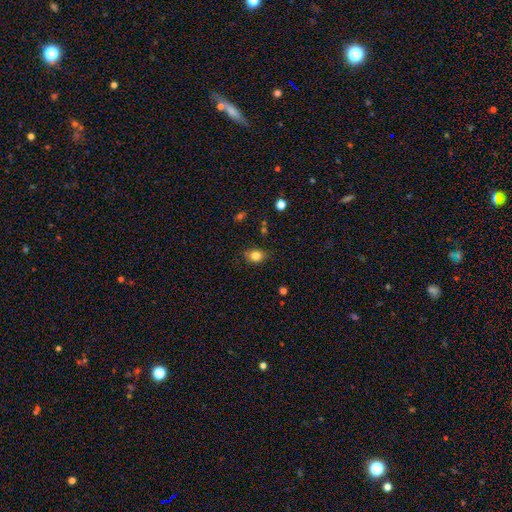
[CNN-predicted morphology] This is clearly a smooth galaxy (81%). How rounded: possibly round (56%). Merging: likely none (78%).